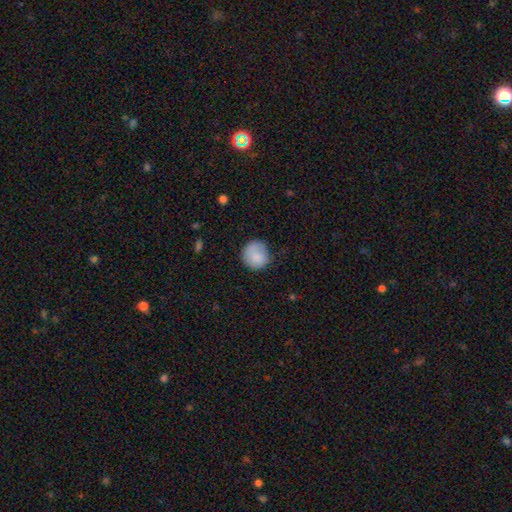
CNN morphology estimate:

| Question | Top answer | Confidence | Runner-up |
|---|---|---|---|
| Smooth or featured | smooth | 86% | star or artifact (7%) |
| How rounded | round | 90% | in between (9%) |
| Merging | none | 74% | minor disturbance (19%) |